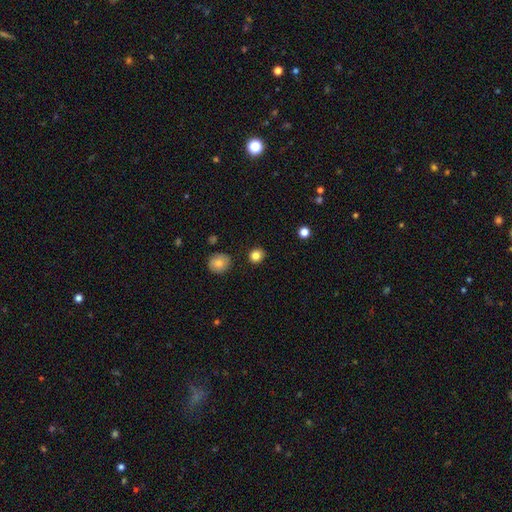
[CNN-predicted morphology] smooth 83%, star or artifact 11%, featured or disk 6%. Down the decision tree: how rounded — round (84%); merging — none (87%).